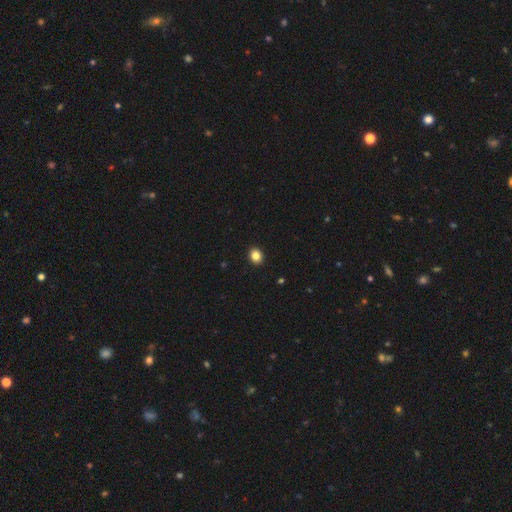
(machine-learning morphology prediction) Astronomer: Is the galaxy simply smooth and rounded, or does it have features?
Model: smooth — 85%.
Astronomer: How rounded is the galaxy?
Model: round — 66%.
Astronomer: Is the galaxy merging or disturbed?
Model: none — 92%.